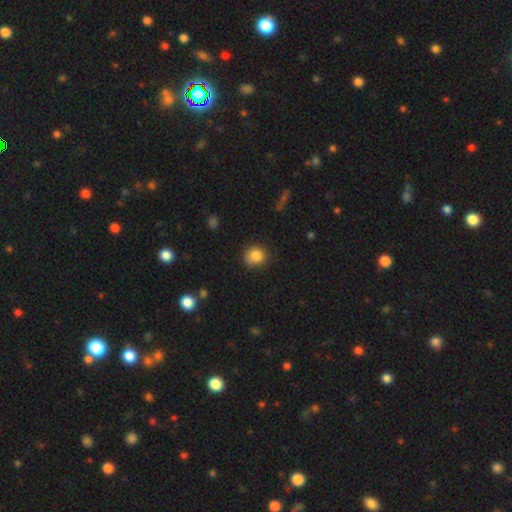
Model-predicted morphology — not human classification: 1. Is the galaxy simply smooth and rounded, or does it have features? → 84% smooth, 10% star or artifact, 6% featured or disk.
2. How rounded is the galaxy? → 85% round, 14% in between, 1% cigar-shaped.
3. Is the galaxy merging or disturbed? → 82% none, 14% minor disturbance, 3% major disturbance, 1% merger.